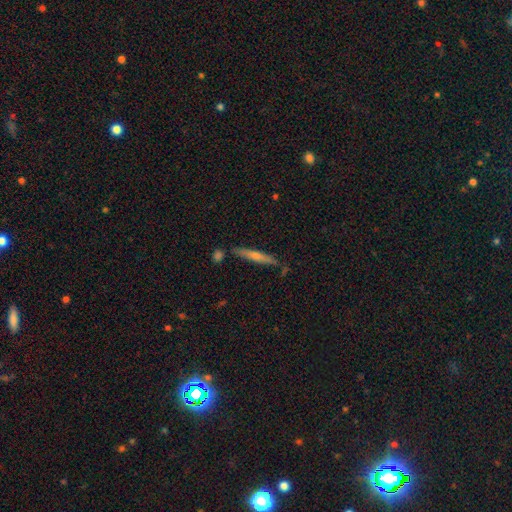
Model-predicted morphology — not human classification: A featured or disk galaxy (51%) viewed edge-on (94%).

Vote fractions:
- Smooth or featured? featured or disk: 51% / smooth: 42% / star or artifact: 7%
- Edge-on disk? yes: 94% / no: 6%
- Merging? none: 81% / minor disturbance: 12% / merger: 5% / major disturbance: 2%